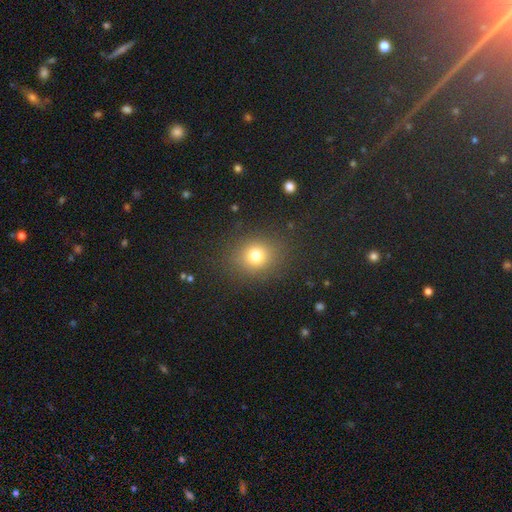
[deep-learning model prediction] Smooth or featured? Predicted: smooth (p=0.76). How rounded? Predicted: round (p=0.75). Merging? Predicted: none (p=0.86).